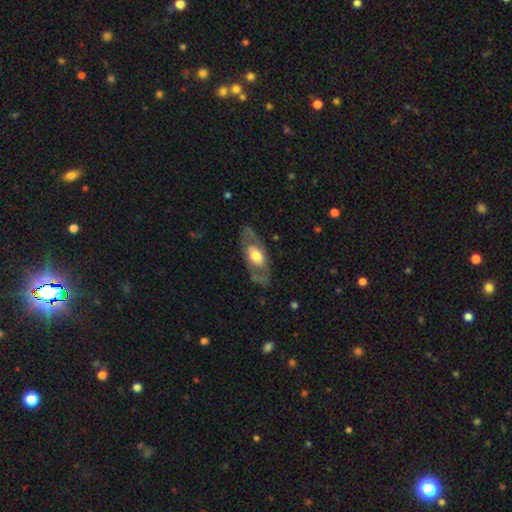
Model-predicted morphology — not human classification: Smooth or featured: featured or disk — 55% (smooth — 40%)
Edge-on disk: no — 83% (yes — 17%)
Merging: none — 76% (minor disturbance — 15%)